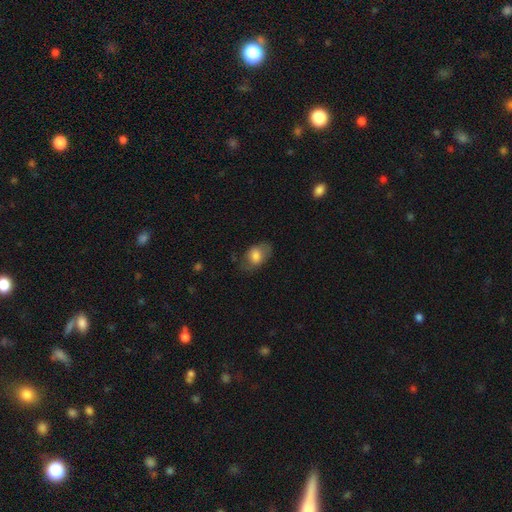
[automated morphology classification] Q: Smooth or featured?
A: smooth (72%); runner-up: featured or disk (20%)
Q: How rounded?
A: in between (85%); runner-up: round (14%)
Q: Merging?
A: none (64%); runner-up: minor disturbance (23%)